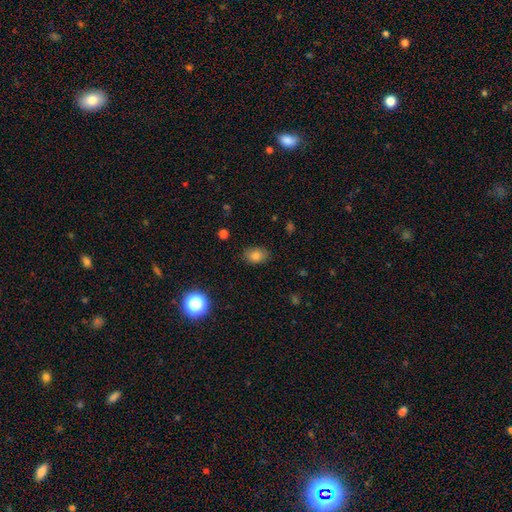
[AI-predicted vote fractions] This is clearly a smooth galaxy (80%). How rounded: likely in between (72%). Merging: clearly none (85%).